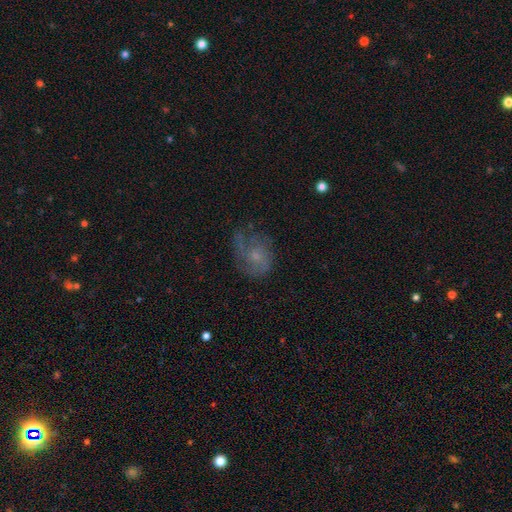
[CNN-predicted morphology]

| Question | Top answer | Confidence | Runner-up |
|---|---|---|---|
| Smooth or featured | featured or disk | 53% | smooth (35%) |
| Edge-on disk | no | 97% | yes (3%) |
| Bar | no | 80% | weak (18%) |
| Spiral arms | yes | 71% | no (29%) |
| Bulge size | small | 66% | moderate (22%) |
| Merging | none | 50% | minor disturbance (26%) |